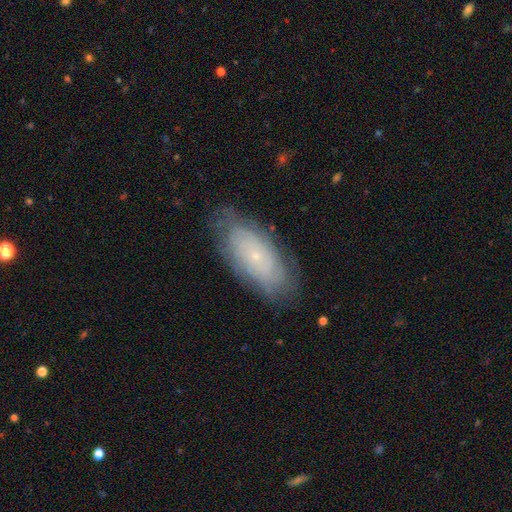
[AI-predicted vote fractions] featured or disk 59%, smooth 33%, star or artifact 8%. Down the decision tree: edge-on disk — no (90%); bar — no (86%); spiral arms — yes (74%); bulge size — small (87%); merging — none (76%).